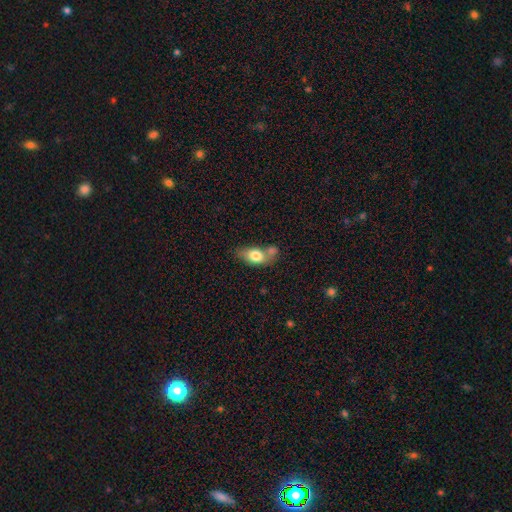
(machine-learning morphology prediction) type=smooth (75%); roundness=in between (83%); merging=none (40%).